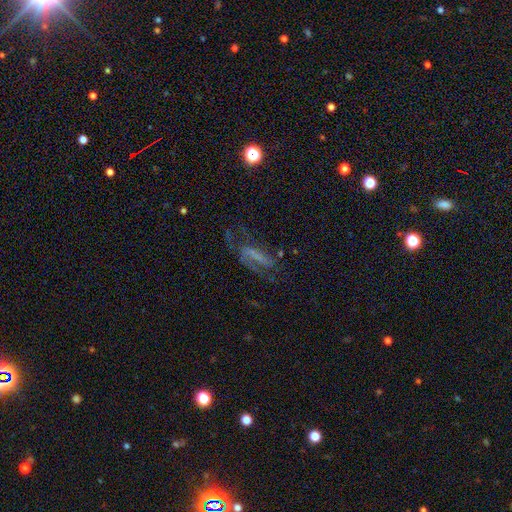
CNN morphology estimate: featured or disk 57%, smooth 25%, star or artifact 17%. Down the decision tree: edge-on disk — no (87%); merging — none (39%).